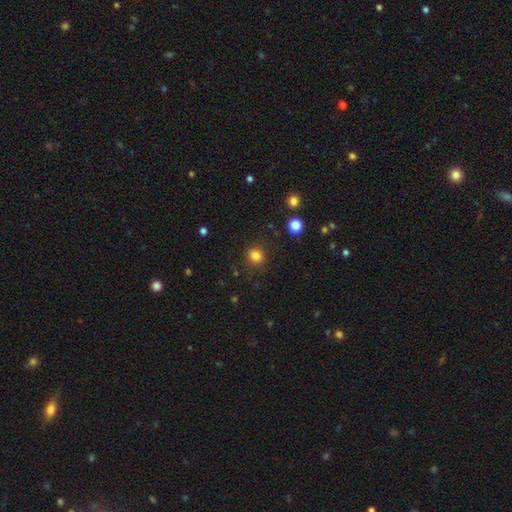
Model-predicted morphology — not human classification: Smooth or featured? smooth (83%)
How rounded? round (82%)
Merging? none (86%)